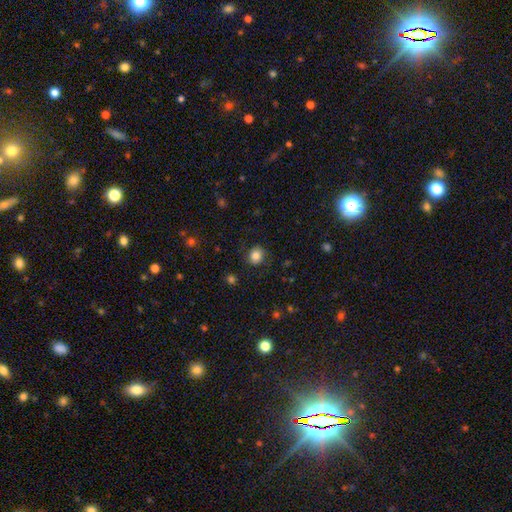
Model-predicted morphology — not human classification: Smooth or featured? Predicted: smooth (p=0.84). How rounded? Predicted: round (p=0.80). Merging? Predicted: none (p=0.86).